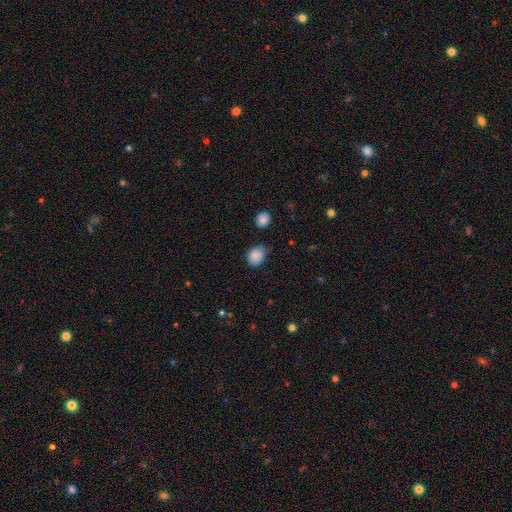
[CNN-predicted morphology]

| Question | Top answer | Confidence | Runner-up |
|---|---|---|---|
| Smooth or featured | smooth | 87% | star or artifact (9%) |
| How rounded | round | 60% | in between (39%) |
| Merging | none | 68% | minor disturbance (24%) |